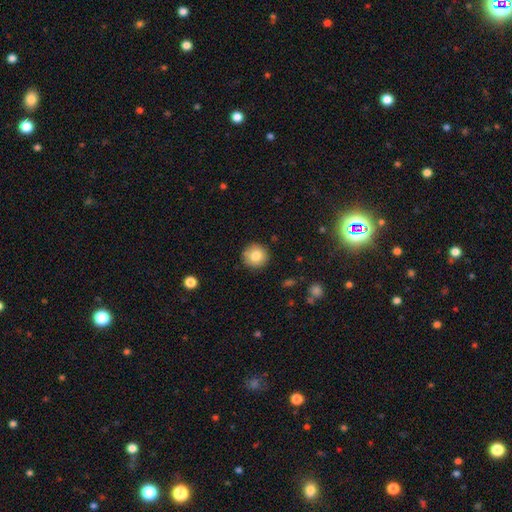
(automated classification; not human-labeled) Smooth or featured? smooth (82%)
How rounded? round (95%)
Merging? none (88%)